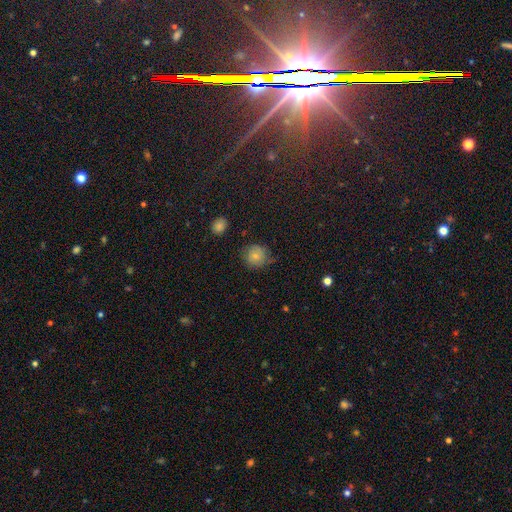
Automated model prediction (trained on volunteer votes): A smooth galaxy with no disk features (72%) that is round (87%).

Vote fractions:
- Smooth or featured? smooth: 72% / featured or disk: 16% / star or artifact: 11%
- How rounded? round: 87% / in between: 13% / cigar-shaped: 1%
- Merging? none: 68% / minor disturbance: 24% / major disturbance: 7% / merger: 2%